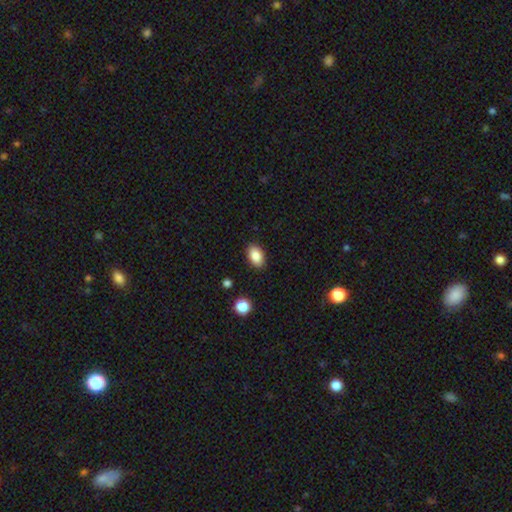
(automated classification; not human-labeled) Smooth or featured: smooth — 86% (star or artifact — 8%)
How rounded: in between — 89% (round — 10%)
Merging: none — 88% (minor disturbance — 9%)